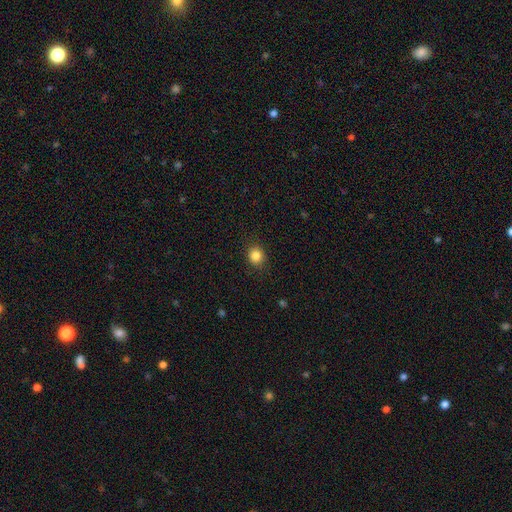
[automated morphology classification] smooth_or_featured: smooth (p=0.85) [alt: star or artifact p=0.11]
how_rounded: round (p=0.79) [alt: in between p=0.20]
merging: none (p=0.89) [alt: minor disturbance p=0.08]